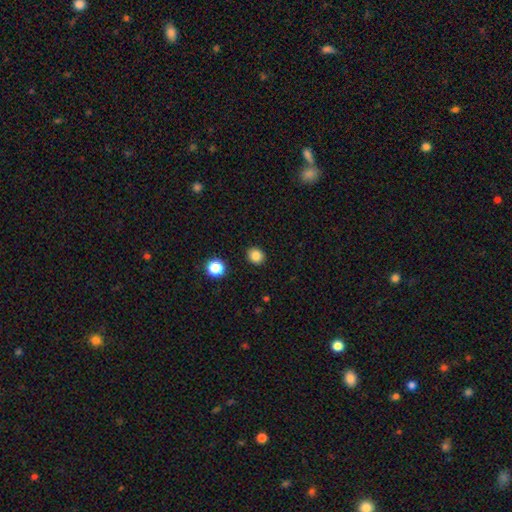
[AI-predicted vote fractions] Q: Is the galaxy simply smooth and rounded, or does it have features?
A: smooth — 83%.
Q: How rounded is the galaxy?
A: round — 80%.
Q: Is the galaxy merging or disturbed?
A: none — 91%.